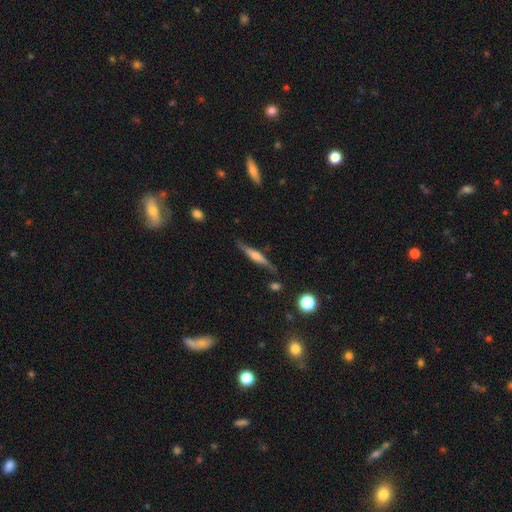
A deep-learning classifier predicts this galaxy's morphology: A featured or disk galaxy (63%) viewed edge-on (95%) with a rounded central bulge (64%).

Vote fractions:
- Smooth or featured? featured or disk: 63% / smooth: 31% / star or artifact: 6%
- Edge-on disk? yes: 95% / no: 5%
- Edge-on bulge? rounded: 64% / boxy: 24% / none: 12%
- Merging? none: 81% / minor disturbance: 14% / major disturbance: 3% / merger: 3%